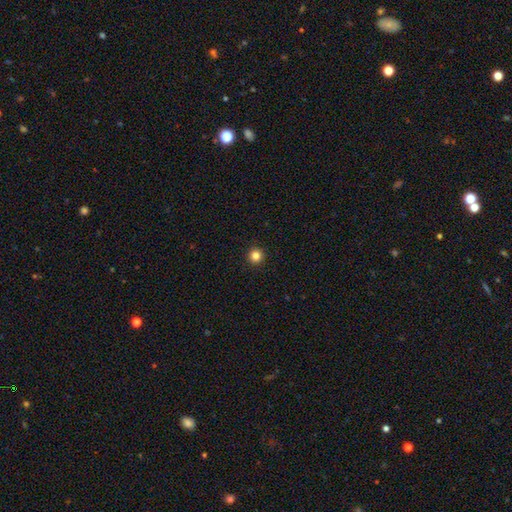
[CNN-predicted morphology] A smooth galaxy with no disk features (83%) that is round (96%). Merging: none (94%).